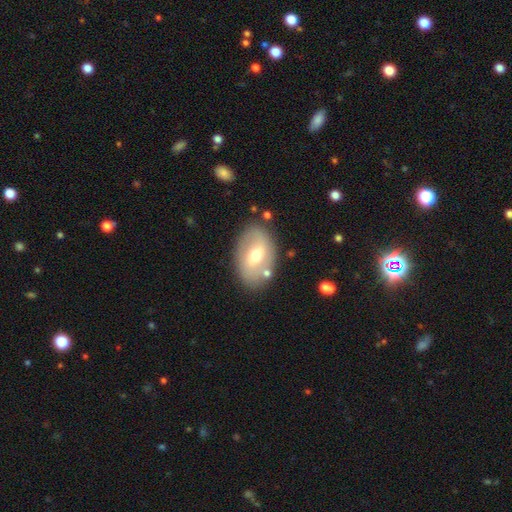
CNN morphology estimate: Smooth or featured? Predicted: featured or disk (p=0.50). Merging? Predicted: none (p=0.78).